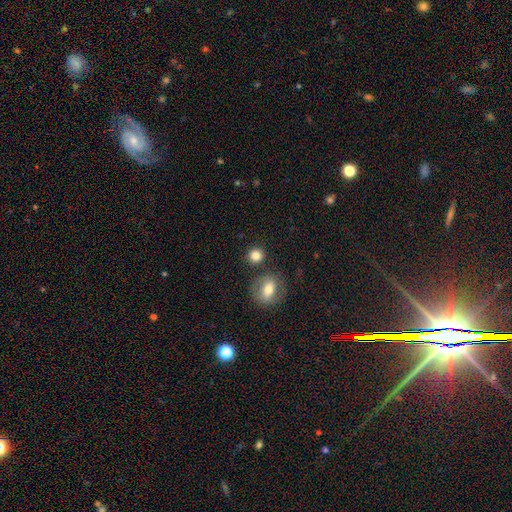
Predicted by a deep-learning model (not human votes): This is clearly a smooth galaxy (83%). How rounded: clearly round (87%). Merging: likely none (79%).